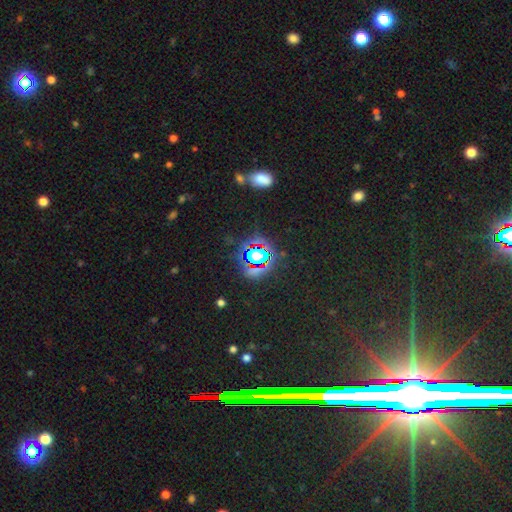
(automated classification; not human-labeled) Morphology: type=star or artifact (69%).